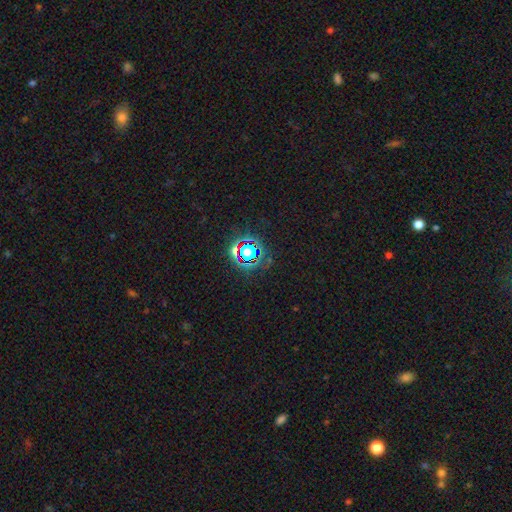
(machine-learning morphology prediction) This appears to be a star or artifact, not a galaxy (79%).